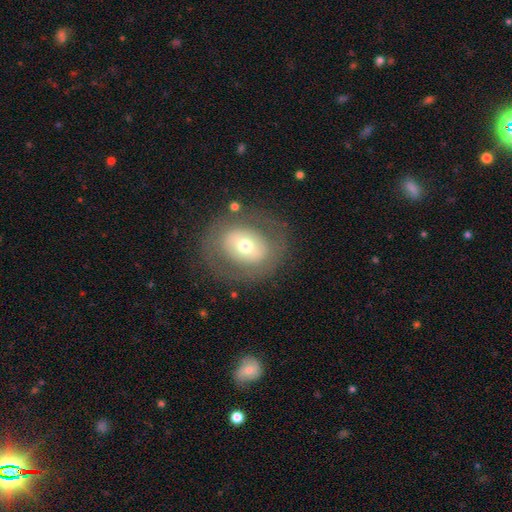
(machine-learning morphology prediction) type=smooth (48%); merging=none (79%).